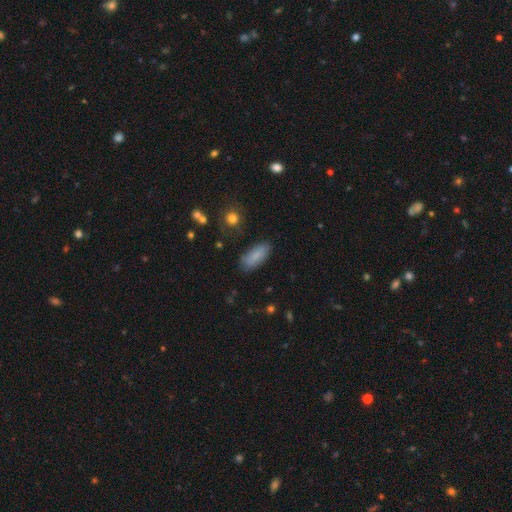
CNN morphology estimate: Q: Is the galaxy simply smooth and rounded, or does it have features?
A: smooth — 85%.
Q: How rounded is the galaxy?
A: in between — 82%.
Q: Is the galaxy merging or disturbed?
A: none — 82%.